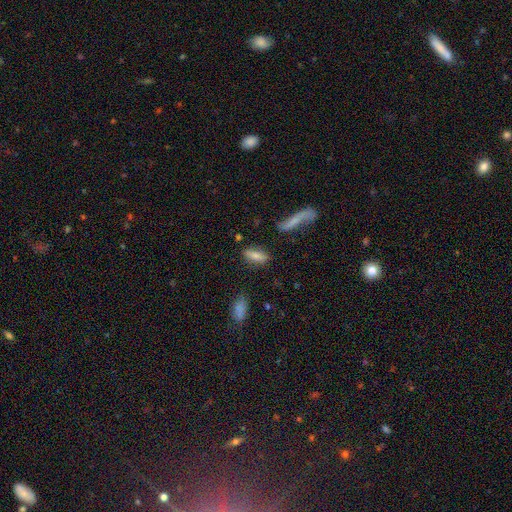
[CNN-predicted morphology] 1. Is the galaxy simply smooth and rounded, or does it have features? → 76% smooth, 16% featured or disk, 8% star or artifact.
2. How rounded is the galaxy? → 67% in between, 30% cigar-shaped, 3% round.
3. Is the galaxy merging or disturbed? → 80% none, 12% minor disturbance, 4% major disturbance, 4% merger.